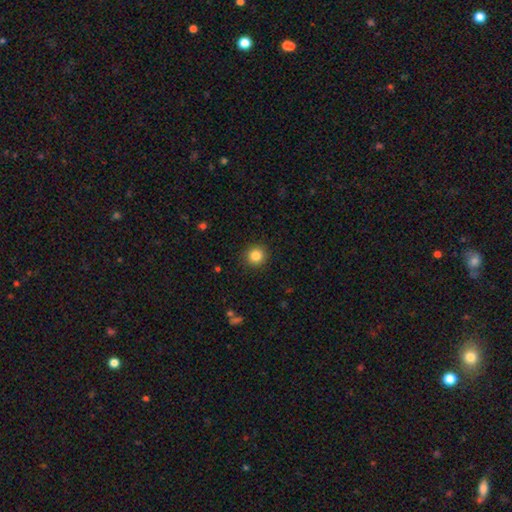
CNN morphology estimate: Smooth or featured? smooth (84%)
How rounded? round (93%)
Merging? none (91%)